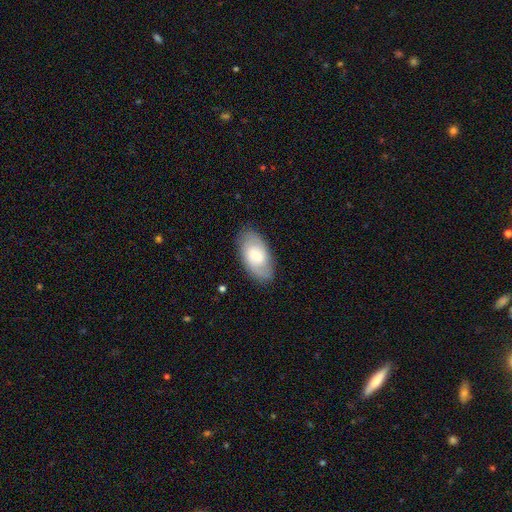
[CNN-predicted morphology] This is possibly a smooth galaxy (52%). How rounded: clearly in between (94%). Merging: clearly none (83%).